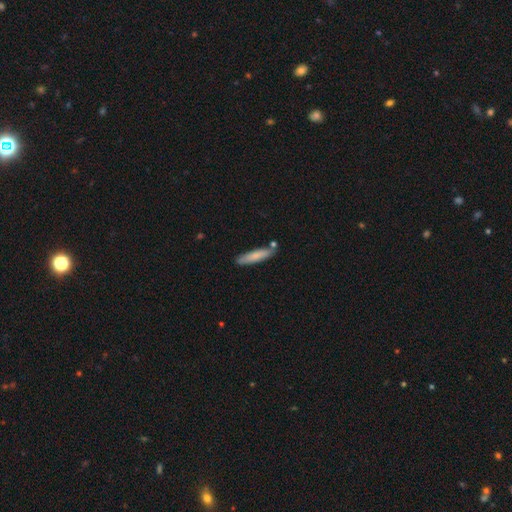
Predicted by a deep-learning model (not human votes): Overall: smooth (78%). How rounded: cigar-shaped (83%). Merging: none (79%).